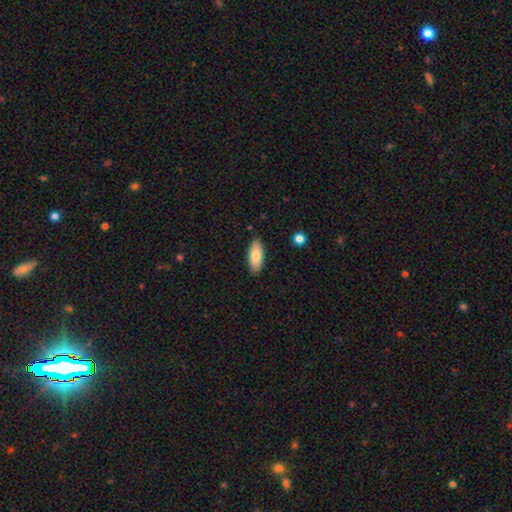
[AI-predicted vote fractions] This appears to be a smooth galaxy with no disk features (82%) that is in between round and cigar-shaped (82%). Merging: none (87%).